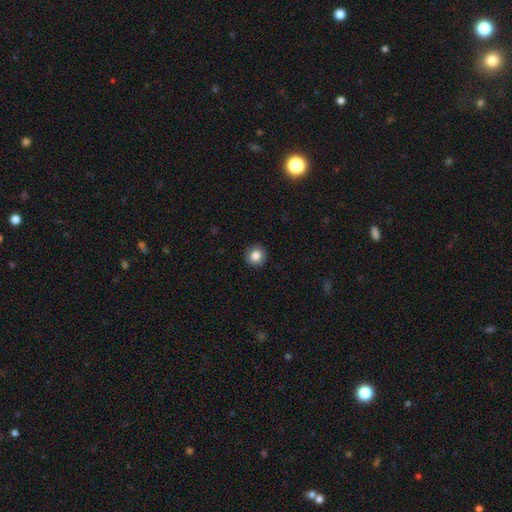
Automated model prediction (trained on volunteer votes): Q: Smooth or featured?
A: smooth (84%); runner-up: star or artifact (9%)
Q: How rounded?
A: round (92%); runner-up: in between (7%)
Q: Merging?
A: none (92%); runner-up: minor disturbance (5%)